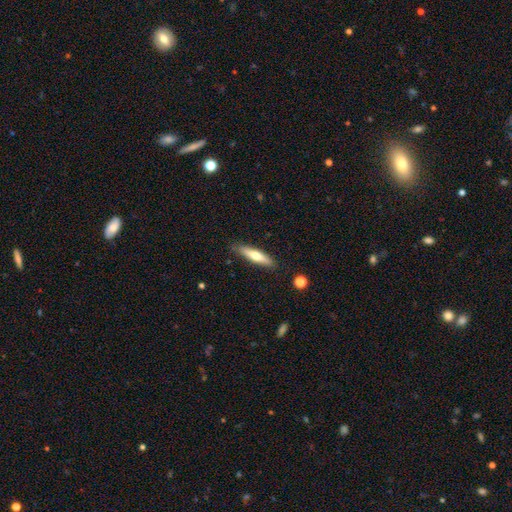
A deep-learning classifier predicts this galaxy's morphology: This appears to be a smooth galaxy with no disk features (60%) that is cigar-shaped (77%). Merging: none (87%).